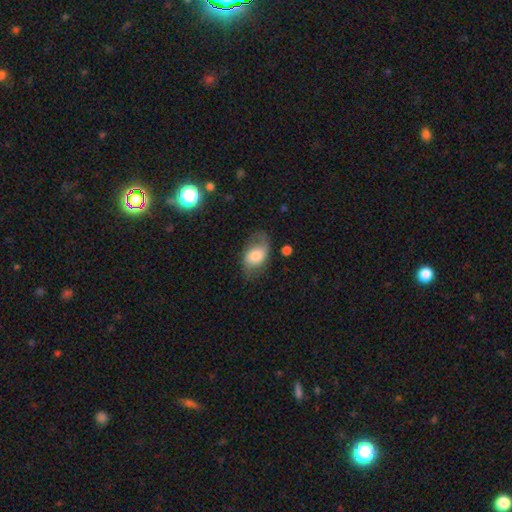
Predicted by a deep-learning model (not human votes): Q: Smooth or featured?
A: smooth (59%); runner-up: featured or disk (33%)
Q: How rounded?
A: in between (86%); runner-up: round (13%)
Q: Merging?
A: none (56%); runner-up: minor disturbance (26%)